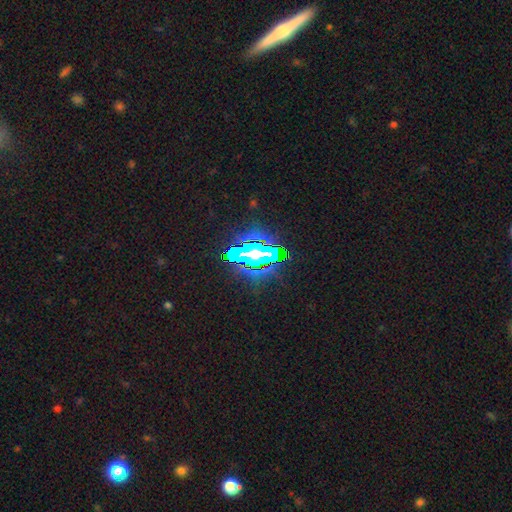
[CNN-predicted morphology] Smooth or featured? Predicted: star or artifact (p=0.78).